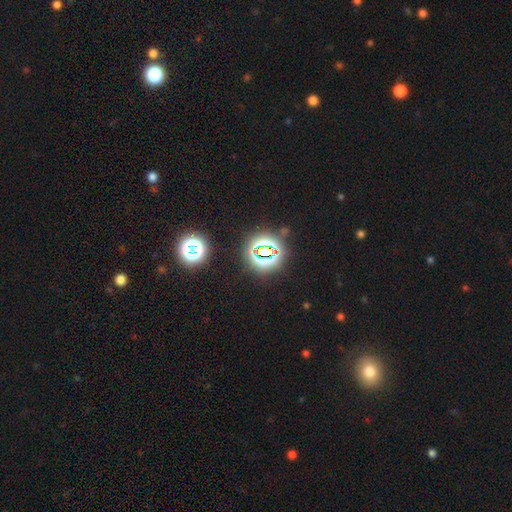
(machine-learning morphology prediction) A star or artifact, not a galaxy (75%).

Vote fractions:
- Smooth or featured? star or artifact: 75% / smooth: 17% / featured or disk: 8%